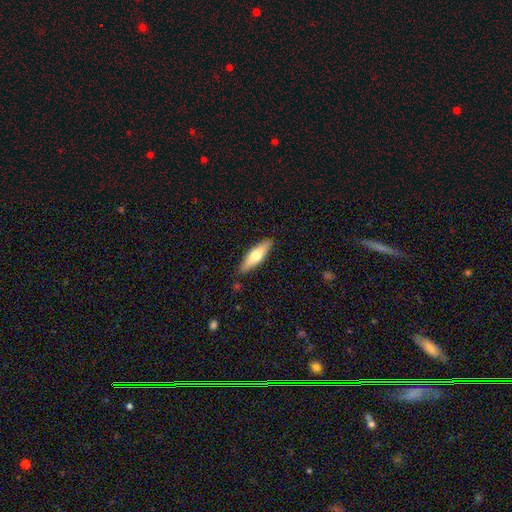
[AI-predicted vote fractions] smooth-or-featured: smooth: 58% | featured or disk: 37% | star or artifact: 5%
  how-rounded: cigar-shaped: 60% | in between: 39% | round: 2%
  merging: none: 86% | minor disturbance: 11% | major disturbance: 2% | merger: 2%